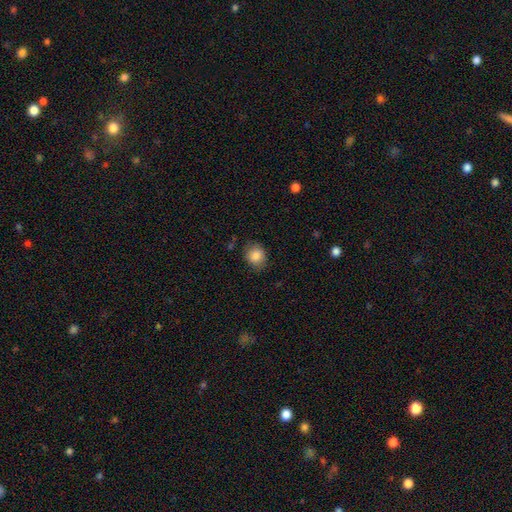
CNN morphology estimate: A smooth galaxy with no disk features (84%) that is round (63%). Merging: none (80%).